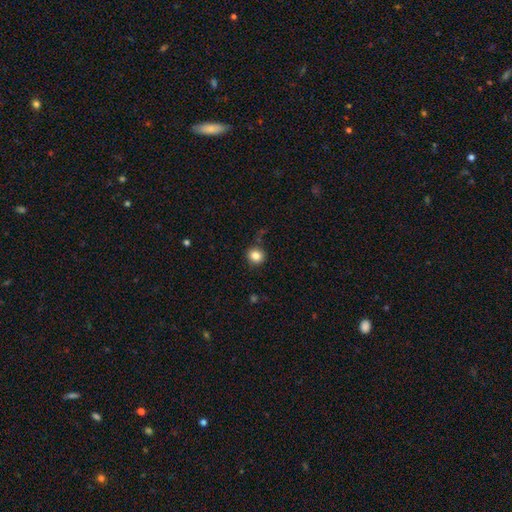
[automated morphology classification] smooth-or-featured: smooth: 84% | star or artifact: 11% | featured or disk: 6%
  how-rounded: round: 90% | in between: 9% | cigar-shaped: 1%
  merging: none: 85% | minor disturbance: 10% | major disturbance: 3% | merger: 2%